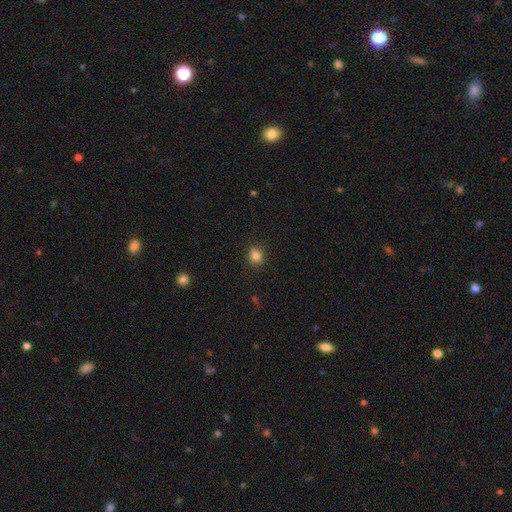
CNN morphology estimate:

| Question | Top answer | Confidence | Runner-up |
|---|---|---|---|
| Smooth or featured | smooth | 81% | star or artifact (13%) |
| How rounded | round | 72% | in between (26%) |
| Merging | none | 85% | minor disturbance (11%) |